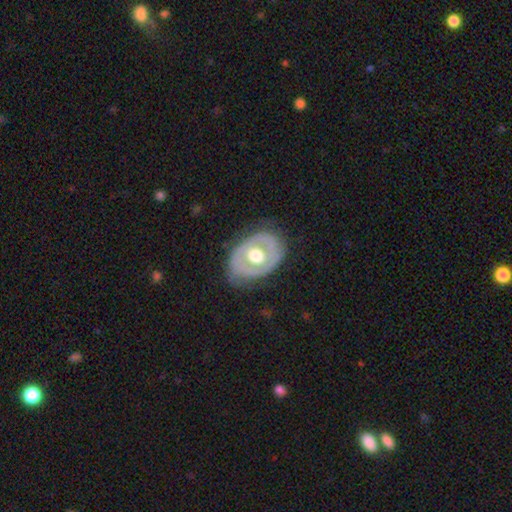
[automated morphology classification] Smooth or featured: featured or disk — 62% (smooth — 33%)
Edge-on disk: no — 93% (yes — 7%)
Bar: no — 87% (weak — 10%)
Spiral arms: no — 77% (yes — 23%)
Bulge size: moderate — 57% (large — 38%)
Merging: none — 66% (minor disturbance — 23%)